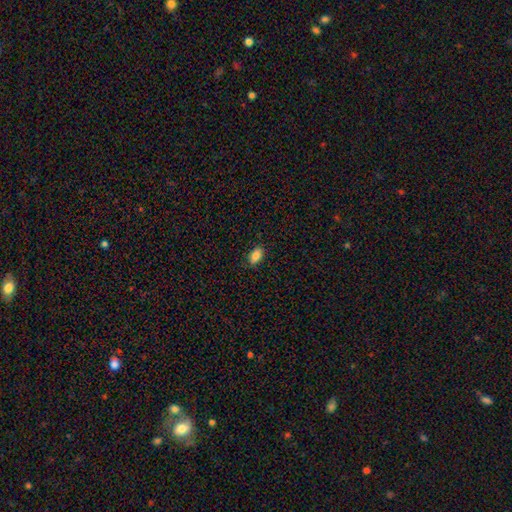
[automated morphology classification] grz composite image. It shows a smooth galaxy with no disk features (84%) that is in between round and cigar-shaped (90%). Merging: none (85%).